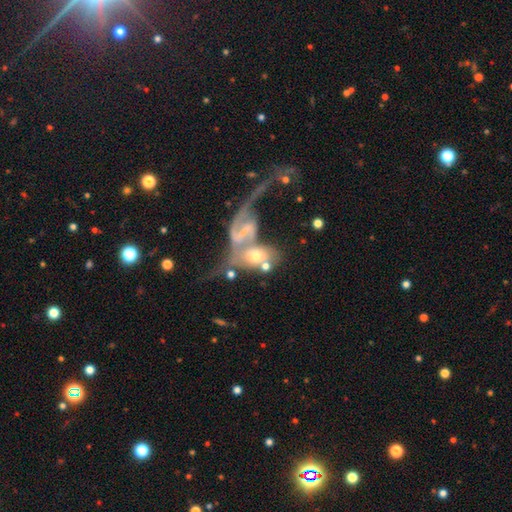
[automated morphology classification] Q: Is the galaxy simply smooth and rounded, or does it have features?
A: featured or disk — 55%.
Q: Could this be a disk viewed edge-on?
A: no — 91%.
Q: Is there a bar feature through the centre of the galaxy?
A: no — 52%.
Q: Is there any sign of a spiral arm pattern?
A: yes — 63%.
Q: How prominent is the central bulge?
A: small — 38%.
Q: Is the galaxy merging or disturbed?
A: merger — 59%.